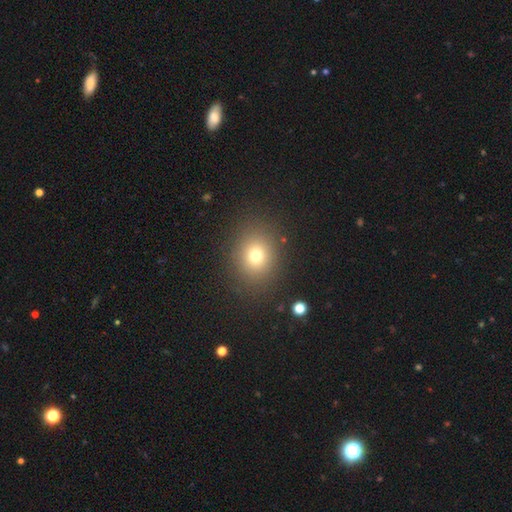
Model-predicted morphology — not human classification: A smooth galaxy with no disk features (73%) that is round (69%).

Vote fractions:
- Smooth or featured? smooth: 73% / star or artifact: 17% / featured or disk: 10%
- How rounded? round: 69% / in between: 30% / cigar-shaped: 1%
- Merging? none: 86% / minor disturbance: 8% / major disturbance: 5% / merger: 2%